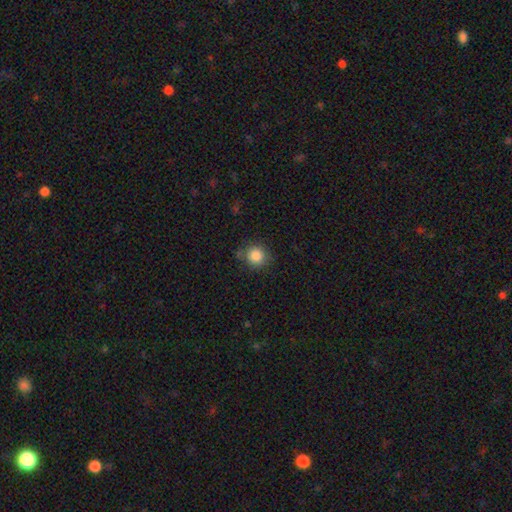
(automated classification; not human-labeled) Smooth or featured? Predicted: smooth (p=0.85). How rounded? Predicted: round (p=0.90). Merging? Predicted: none (p=0.79).